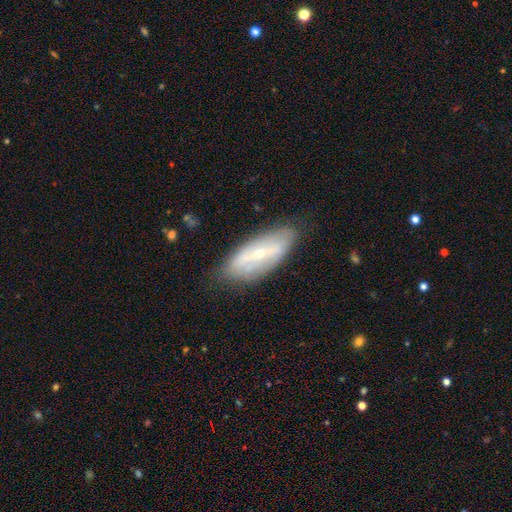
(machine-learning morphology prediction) A featured or disk galaxy (64%). Merging: none (80%).